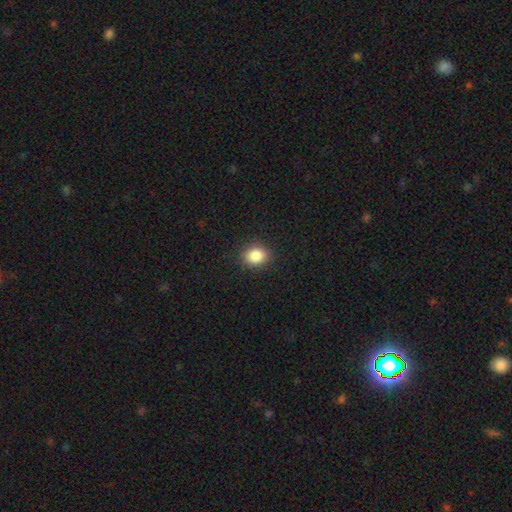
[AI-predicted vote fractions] A smooth galaxy with no disk features (86%) that is round (62%).

Vote fractions:
- Smooth or featured? smooth: 86% / star or artifact: 10% / featured or disk: 4%
- How rounded? round: 62% / in between: 37% / cigar-shaped: 1%
- Merging? none: 88% / minor disturbance: 8% / major disturbance: 2% / merger: 1%